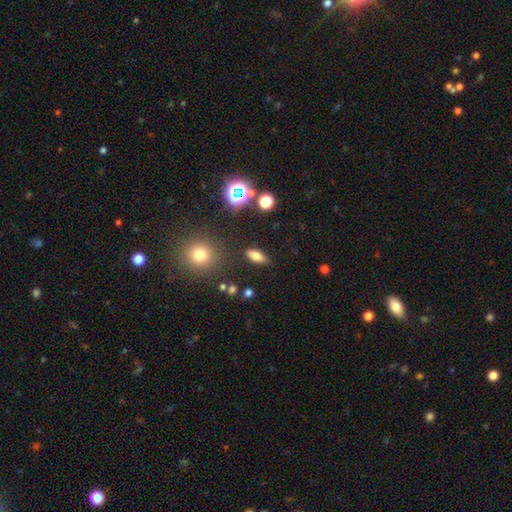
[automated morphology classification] A smooth galaxy with no disk features (74%) that is in between round and cigar-shaped (81%).

Vote fractions:
- Smooth or featured? smooth: 74% / star or artifact: 14% / featured or disk: 11%
- How rounded? in between: 81% / cigar-shaped: 13% / round: 7%
- Merging? none: 82% / minor disturbance: 11% / major disturbance: 4% / merger: 3%